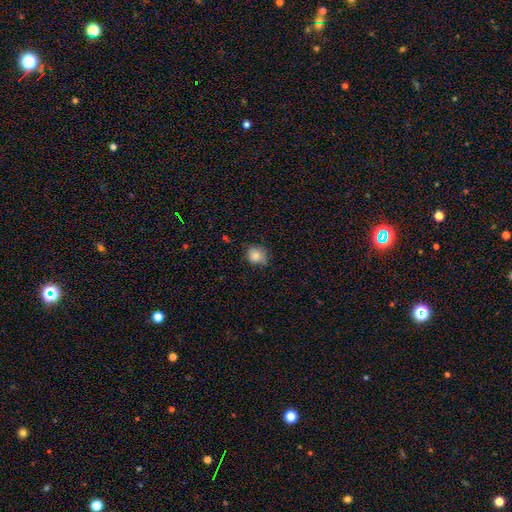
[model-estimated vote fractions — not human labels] The model was most divided on "merging": none: 66%, minor disturbance: 27%, major disturbance: 5%, merger: 2%. More confident: how rounded — round (83%); smooth or featured — smooth (82%).